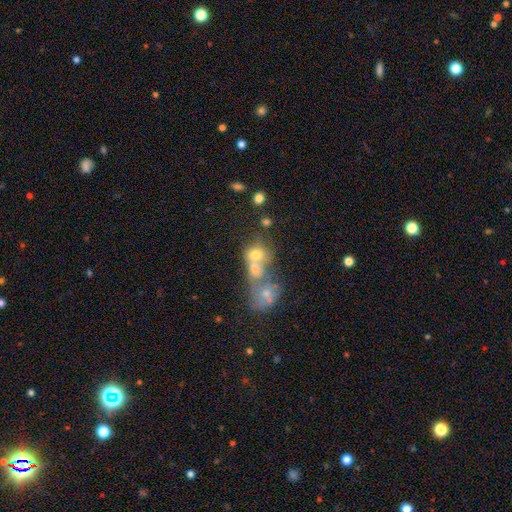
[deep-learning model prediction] A smooth galaxy with no disk features (61%) that is round (57%).

Vote fractions:
- Smooth or featured? smooth: 61% / featured or disk: 24% / star or artifact: 15%
- How rounded? round: 57% / in between: 41% / cigar-shaped: 2%
- Merging? merger: 67% / none: 20% / minor disturbance: 7% / major disturbance: 6%